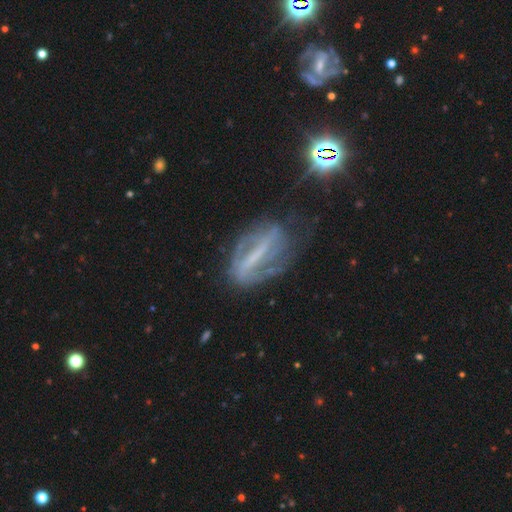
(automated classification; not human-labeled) smooth_or_featured: featured or disk (p=0.74) [alt: smooth p=0.14]
disk_edge_on: no (p=0.85) [alt: yes p=0.15]
bar: strong (p=0.75) [alt: weak p=0.17]
has_spiral_arms: yes (p=0.73) [alt: no p=0.27]
bulge_size: none (p=0.50) [alt: small p=0.33]
merging: none (p=0.57) [alt: minor disturbance p=0.23]